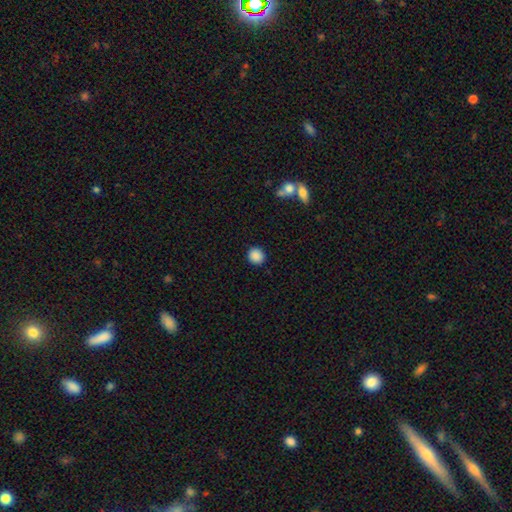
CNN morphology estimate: Smooth or featured? Predicted: smooth (p=0.88). How rounded? Predicted: round (p=0.88). Merging? Predicted: none (p=0.91).